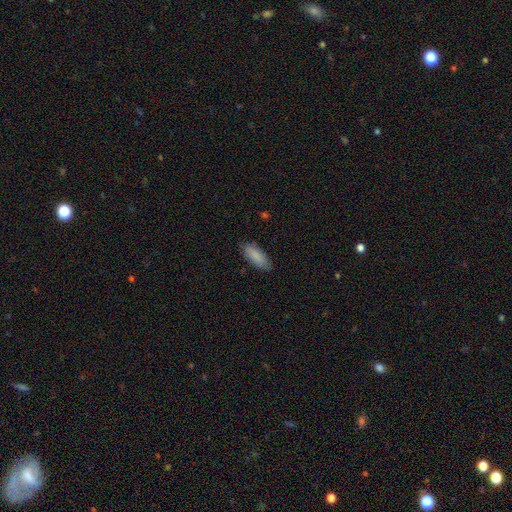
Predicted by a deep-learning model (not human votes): Q: Smooth or featured?
A: smooth (88%); runner-up: featured or disk (6%)
Q: How rounded?
A: in between (77%); runner-up: cigar-shaped (22%)
Q: Merging?
A: none (82%); runner-up: minor disturbance (14%)